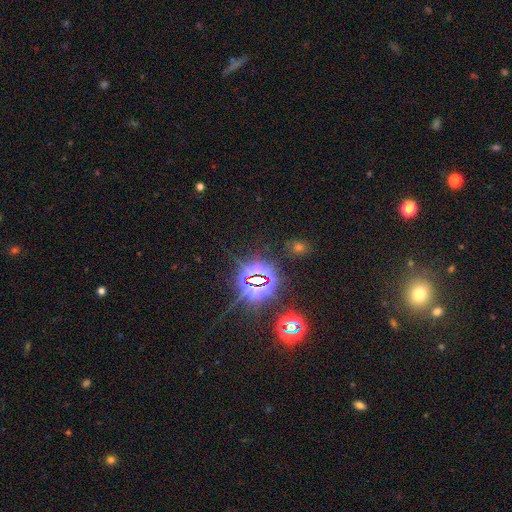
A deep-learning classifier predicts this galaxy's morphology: A star or artifact, not a galaxy (80%).

Vote fractions:
- Smooth or featured? star or artifact: 80% / smooth: 13% / featured or disk: 7%